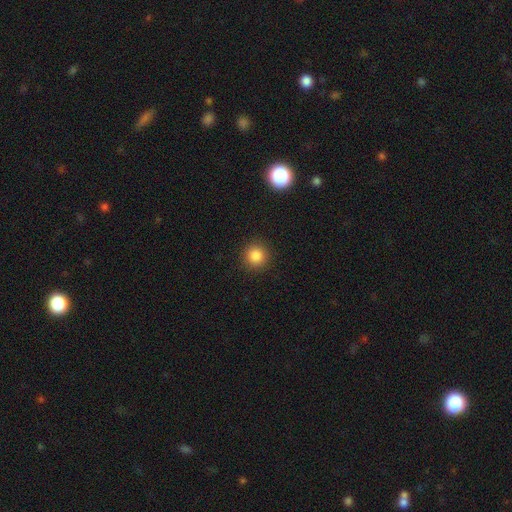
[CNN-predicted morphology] Smooth or featured?
  - smooth: 85% *
  - star or artifact: 11%
  - featured or disk: 4%
How rounded?
  - round: 94% *
  - in between: 5%
  - cigar-shaped: 1%
Merging?
  - none: 91% *
  - minor disturbance: 5%
  - major disturbance: 2%
  - merger: 1%